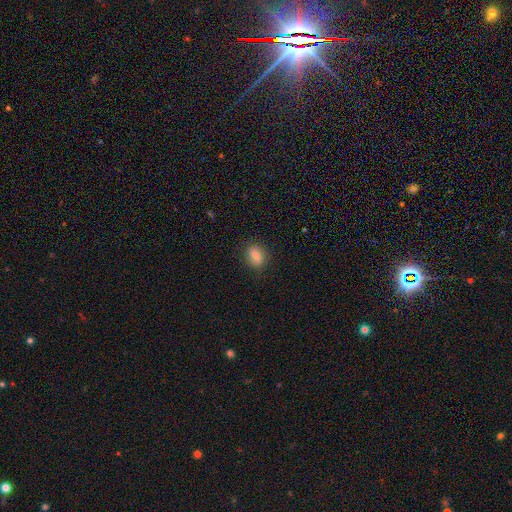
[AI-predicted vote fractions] Smooth or featured? Predicted: smooth (p=0.80). How rounded? Predicted: in between (p=0.62). Merging? Predicted: none (p=0.85).